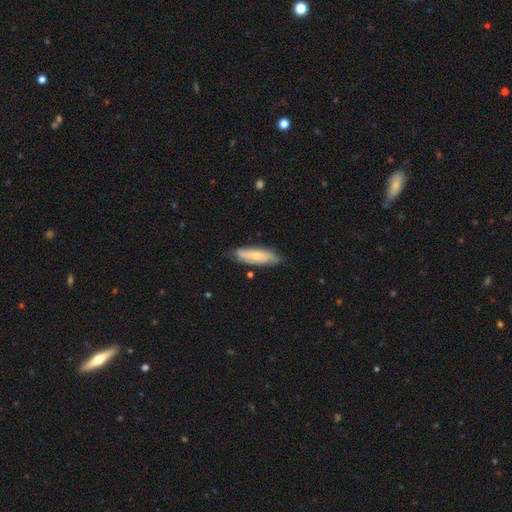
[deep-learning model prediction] A smooth galaxy with no disk features (56%) that is cigar-shaped (54%). Merging: none (76%).